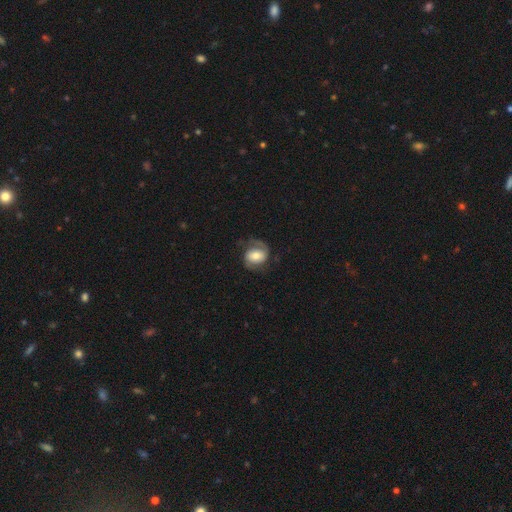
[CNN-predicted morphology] Smooth or featured: featured or disk — 64% (smooth — 29%)
Edge-on disk: no — 97% (yes — 3%)
Bar: no — 45% (weak — 35%)
Spiral arms: yes — 89% (no — 11%)
Spiral winding: medium — 47% (tight — 28%)
Spiral arm count: 2 — 82% (1 — 8%)
Bulge size: moderate — 54% (small — 21%)
Merging: none — 67% (minor disturbance — 18%)